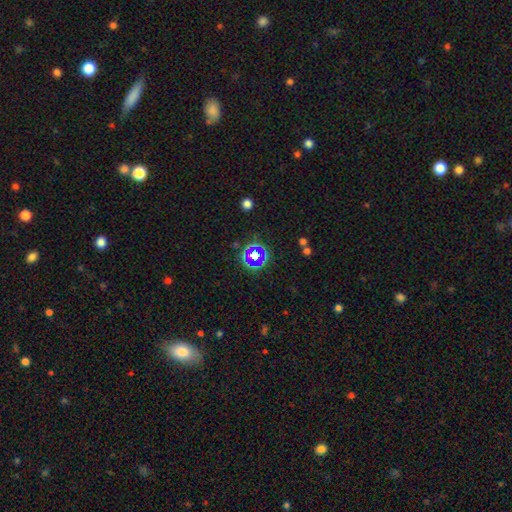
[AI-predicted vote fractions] A star or artifact, not a galaxy (57%).